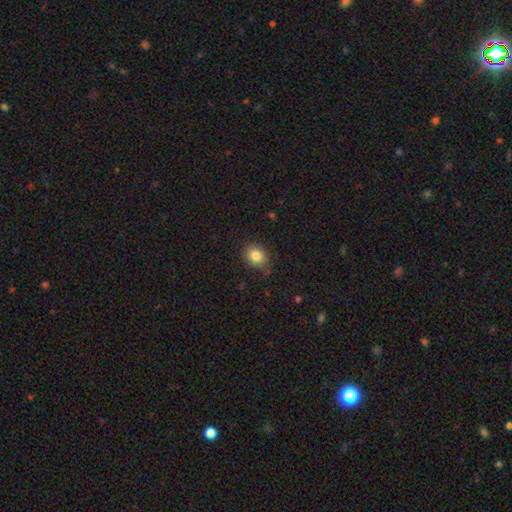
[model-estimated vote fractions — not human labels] Overall: smooth (84%). How rounded: round (58%; in between 41%). Merging: none (81%).